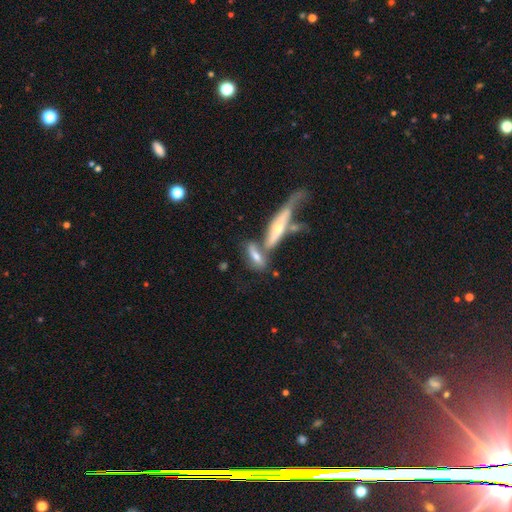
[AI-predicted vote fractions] This is possibly a smooth galaxy (53%). How rounded: possibly cigar-shaped (49%). Merging: possibly merger (46%).